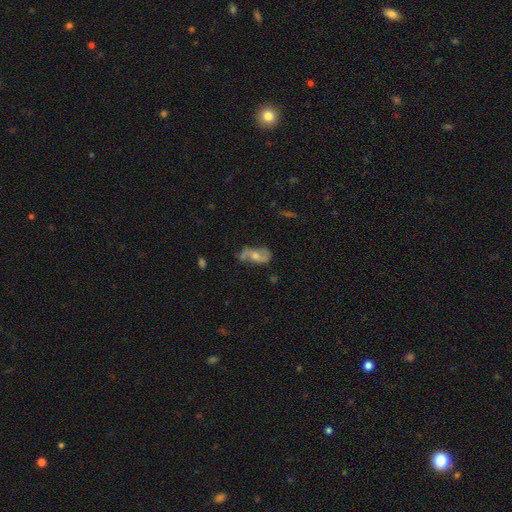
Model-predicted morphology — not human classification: The model was most divided on "bar": no: 57%, weak: 32%, strong: 11%. More confident: edge-on disk — no (93%); spiral arms — yes (80%); smooth or featured — featured or disk (63%); bulge size — moderate (57%); merging — none (55%).